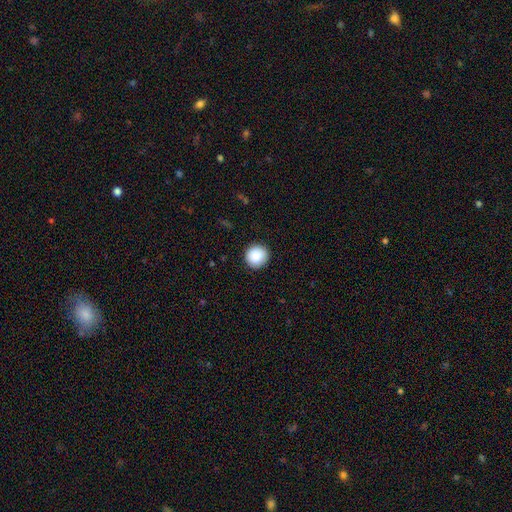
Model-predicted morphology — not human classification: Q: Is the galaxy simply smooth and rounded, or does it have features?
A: smooth — 88%.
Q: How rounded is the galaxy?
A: round — 95%.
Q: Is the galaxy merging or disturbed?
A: none — 91%.